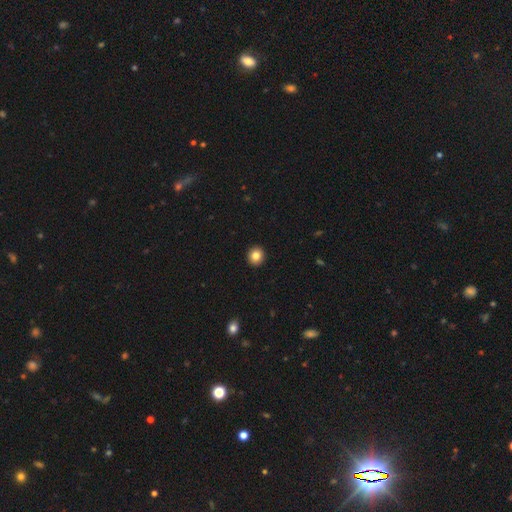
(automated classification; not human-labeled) smooth_or_featured: smooth (p=0.84) [alt: star or artifact p=0.10]
how_rounded: round (p=0.86) [alt: in between p=0.13]
merging: none (p=0.93) [alt: minor disturbance p=0.04]